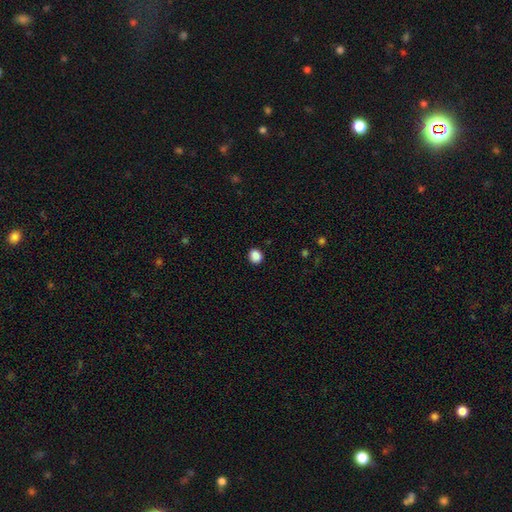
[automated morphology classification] Smooth or featured?
  - smooth: 88% *
  - star or artifact: 9%
  - featured or disk: 3%
How rounded?
  - round: 78% *
  - in between: 21%
  - cigar-shaped: 1%
Merging?
  - none: 91% *
  - minor disturbance: 6%
  - major disturbance: 2%
  - merger: 1%